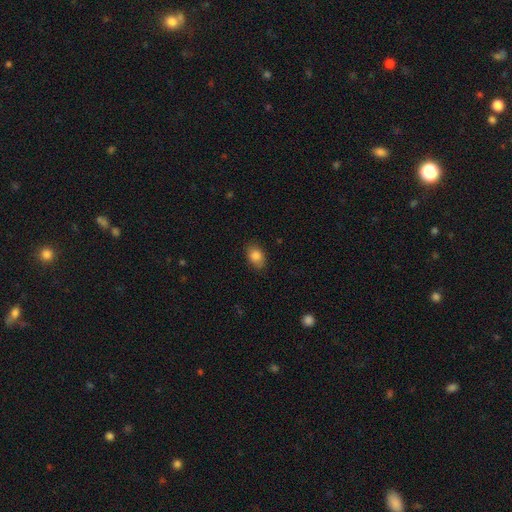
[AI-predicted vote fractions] Smooth or featured? smooth (84%)
How rounded? in between (77%)
Merging? none (83%)